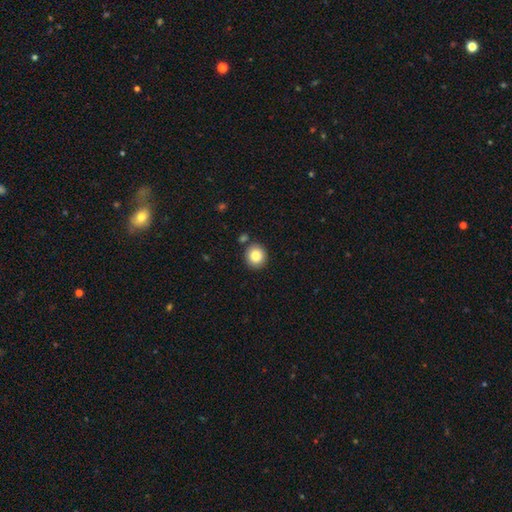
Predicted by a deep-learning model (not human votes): smooth 85%, star or artifact 9%, featured or disk 6%. Down the decision tree: how rounded — round (85%); merging — none (83%).